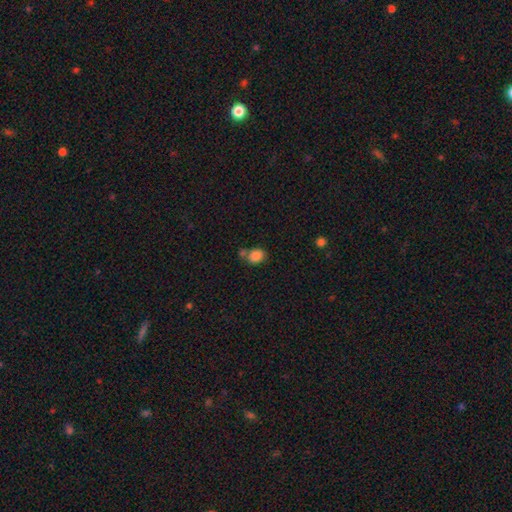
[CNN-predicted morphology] Q: Smooth or featured?
A: smooth (86%); runner-up: star or artifact (9%)
Q: How rounded?
A: in between (61%); runner-up: round (38%)
Q: Merging?
A: none (54%); runner-up: merger (27%)